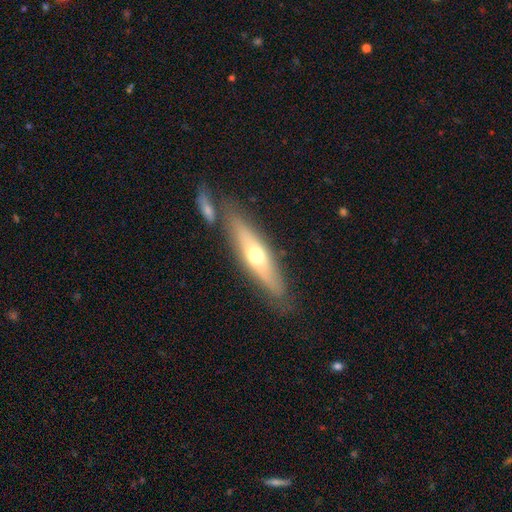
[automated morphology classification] Smooth or featured: smooth — 48% (featured or disk — 46%)
Merging: none — 73% (minor disturbance — 13%)